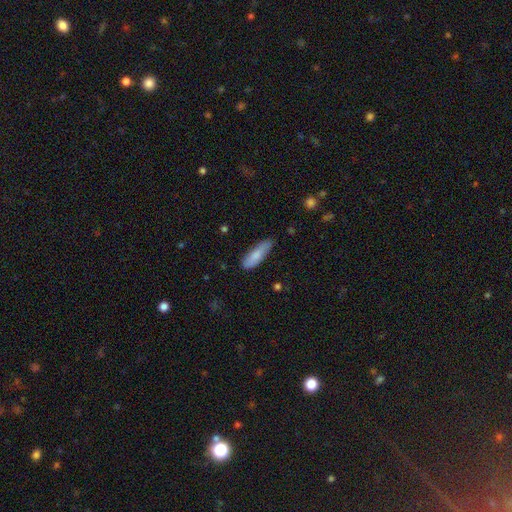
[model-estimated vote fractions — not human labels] A smooth galaxy with no disk features (82%) that is cigar-shaped (54%).

Vote fractions:
- Smooth or featured? smooth: 82% / featured or disk: 13% / star or artifact: 6%
- How rounded? cigar-shaped: 54% / in between: 44% / round: 2%
- Merging? none: 68% / minor disturbance: 26% / major disturbance: 4% / merger: 2%